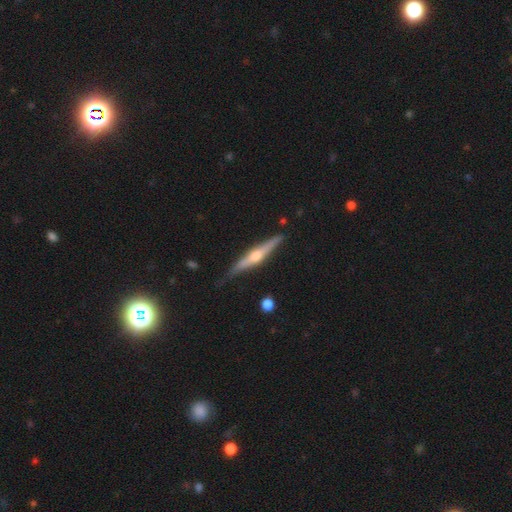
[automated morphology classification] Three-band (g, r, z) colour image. It shows a featured or disk galaxy (77%) viewed edge-on (98%) with a rounded central bulge (90%). Merging: none (85%).